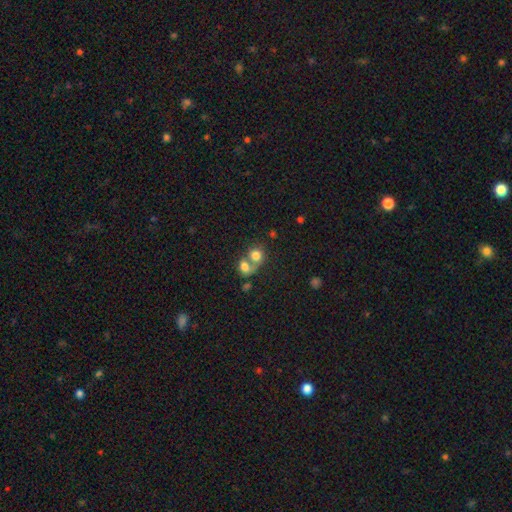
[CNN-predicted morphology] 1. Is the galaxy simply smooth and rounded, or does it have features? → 74% smooth, 16% featured or disk, 10% star or artifact.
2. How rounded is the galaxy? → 69% round, 30% in between, 1% cigar-shaped.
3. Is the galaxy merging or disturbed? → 65% merger, 24% none, 6% minor disturbance, 5% major disturbance.